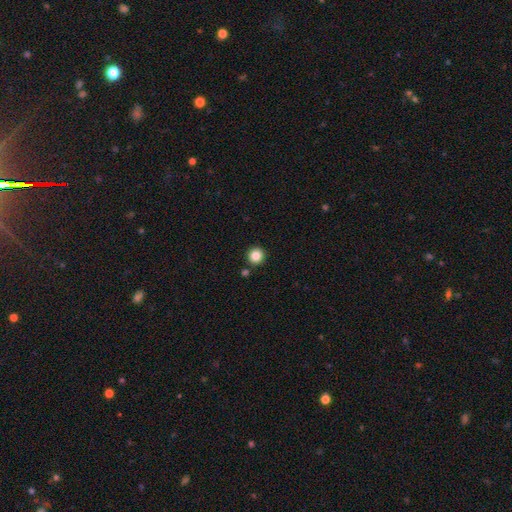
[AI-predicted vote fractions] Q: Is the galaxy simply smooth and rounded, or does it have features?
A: smooth — 85%.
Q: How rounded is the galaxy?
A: round — 95%.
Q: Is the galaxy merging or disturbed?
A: none — 89%.